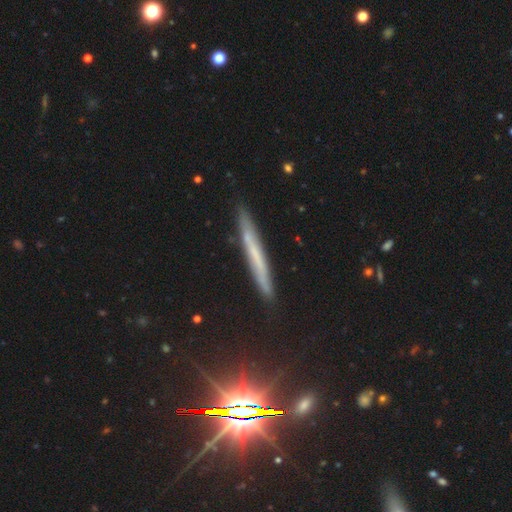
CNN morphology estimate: A featured or disk galaxy (50%). Merging: none (87%).